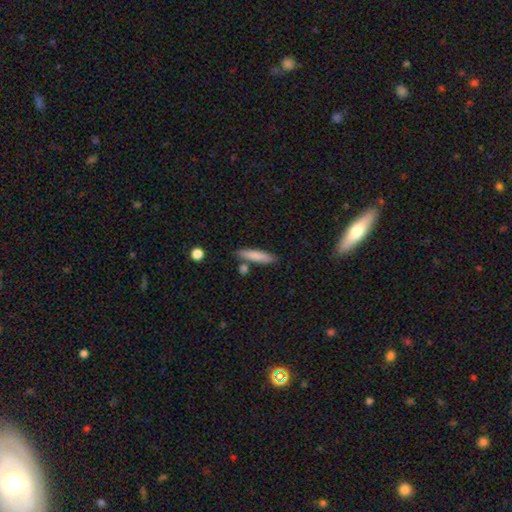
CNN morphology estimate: A smooth galaxy with no disk features (80%) that is cigar-shaped (82%).

Vote fractions:
- Smooth or featured? smooth: 80% / featured or disk: 14% / star or artifact: 6%
- How rounded? cigar-shaped: 82% / in between: 16% / round: 2%
- Merging? none: 79% / minor disturbance: 11% / merger: 7% / major disturbance: 3%